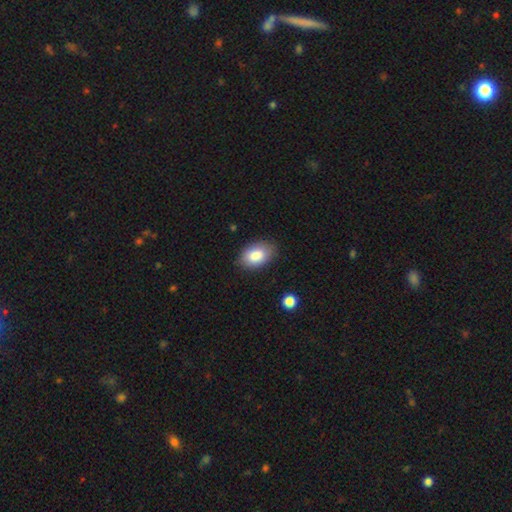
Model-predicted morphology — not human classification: type=smooth (85%); roundness=in between (91%); merging=none (81%).